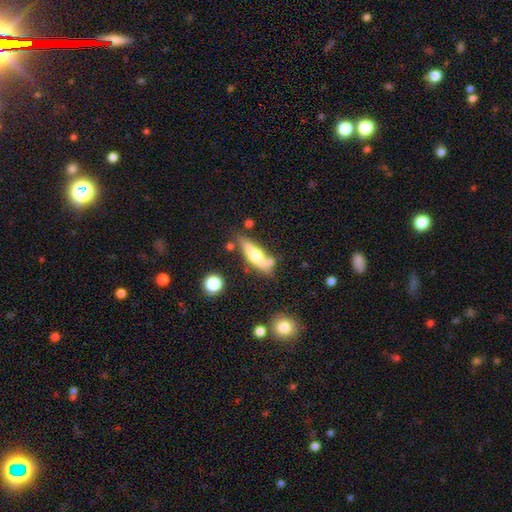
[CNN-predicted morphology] Q: Smooth or featured?
A: smooth (49%); runner-up: featured or disk (44%)
Q: Merging?
A: none (66%); runner-up: minor disturbance (17%)